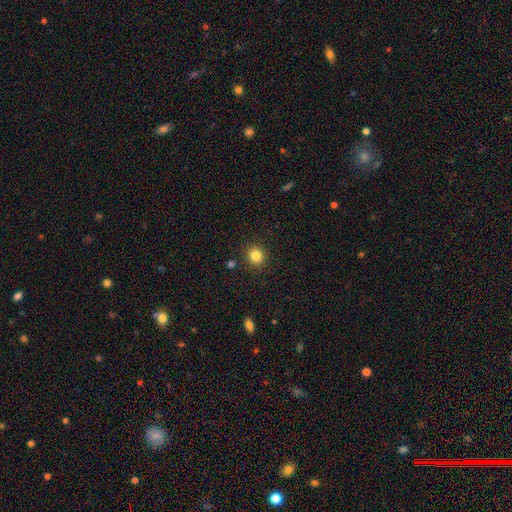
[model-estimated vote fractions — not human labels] A smooth galaxy with no disk features (83%) that is round (88%).

Vote fractions:
- Smooth or featured? smooth: 83% / star or artifact: 12% / featured or disk: 5%
- How rounded? round: 88% / in between: 11% / cigar-shaped: 1%
- Merging? none: 90% / minor disturbance: 6% / major disturbance: 2% / merger: 2%